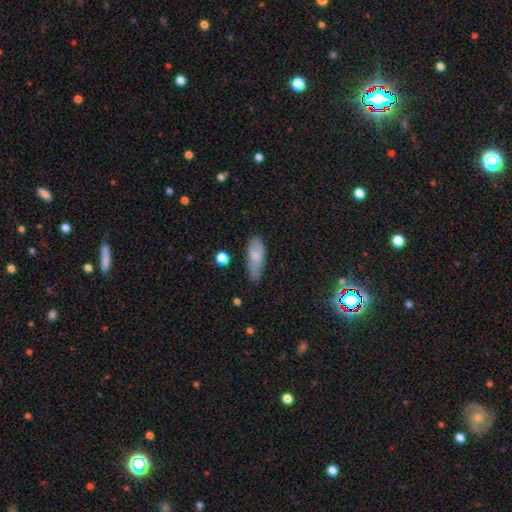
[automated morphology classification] Q: Smooth or featured?
A: smooth (74%); runner-up: featured or disk (18%)
Q: How rounded?
A: in between (73%); runner-up: cigar-shaped (24%)
Q: Merging?
A: none (54%); runner-up: minor disturbance (35%)